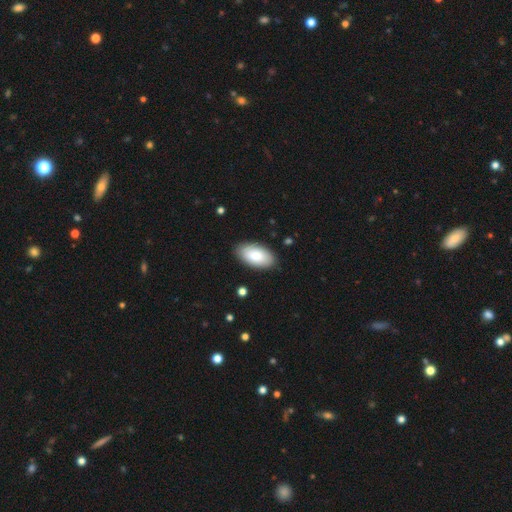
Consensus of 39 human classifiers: Smooth or featured? smooth (87%)
How rounded? in between (94%)
Merging? none (78%)